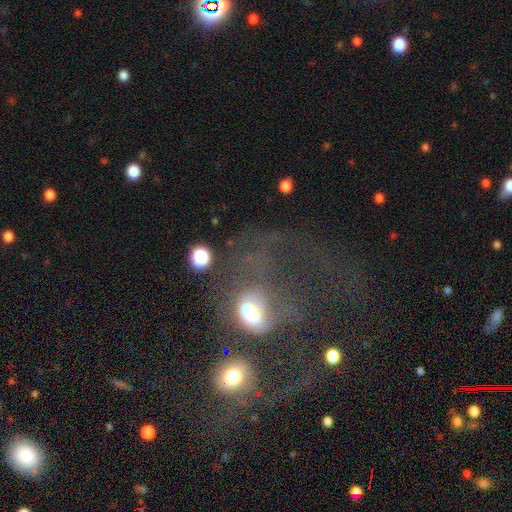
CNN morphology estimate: A featured or disk galaxy (42%).

Vote fractions:
- Smooth or featured? featured or disk: 42% / smooth: 36% / star or artifact: 22%
- Merging? merger: 41% / major disturbance: 36% / none: 14% / minor disturbance: 9%